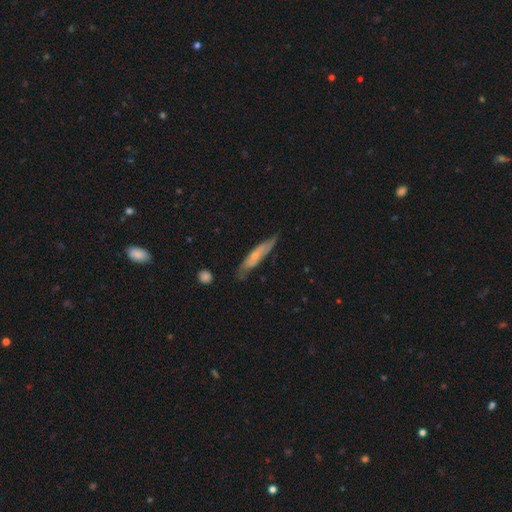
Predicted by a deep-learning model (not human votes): smooth_or_featured: featured or disk (p=0.49) [alt: smooth p=0.46]
merging: none (p=0.70) [alt: minor disturbance p=0.23]